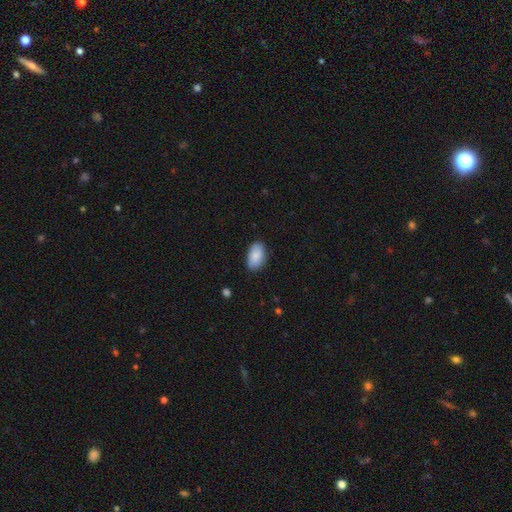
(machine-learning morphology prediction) smooth_or_featured: smooth (p=0.88) [alt: star or artifact p=0.06]
how_rounded: in between (p=0.94) [alt: round p=0.04]
merging: none (p=0.84) [alt: minor disturbance p=0.12]